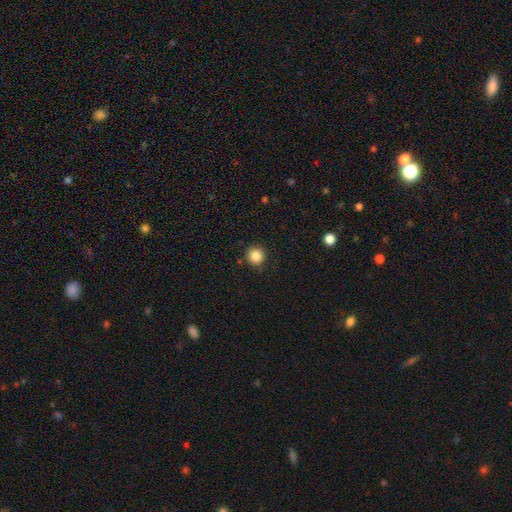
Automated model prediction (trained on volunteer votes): A smooth galaxy with no disk features (85%) that is round (94%). Merging: none (89%).